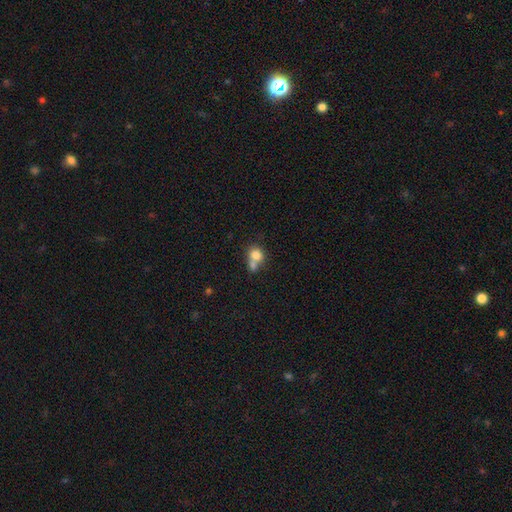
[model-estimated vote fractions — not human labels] This appears to be a smooth galaxy with no disk features (78%) that is round (71%). Merging: merger (51%).